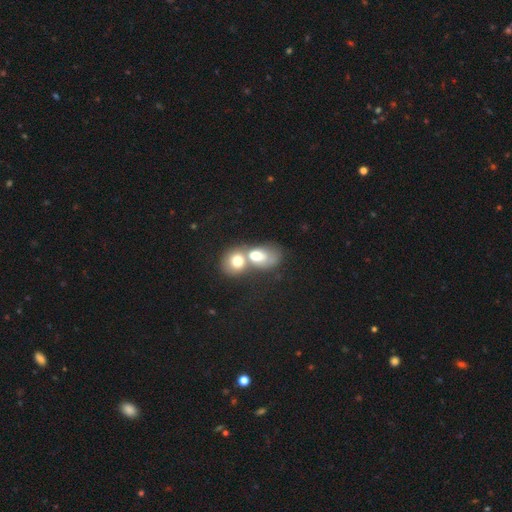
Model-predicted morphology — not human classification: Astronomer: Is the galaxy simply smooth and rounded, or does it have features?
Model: smooth — 65%.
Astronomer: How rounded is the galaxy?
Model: in between — 59% (runner-up: round, 40%).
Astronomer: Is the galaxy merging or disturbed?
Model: merger — 75%.